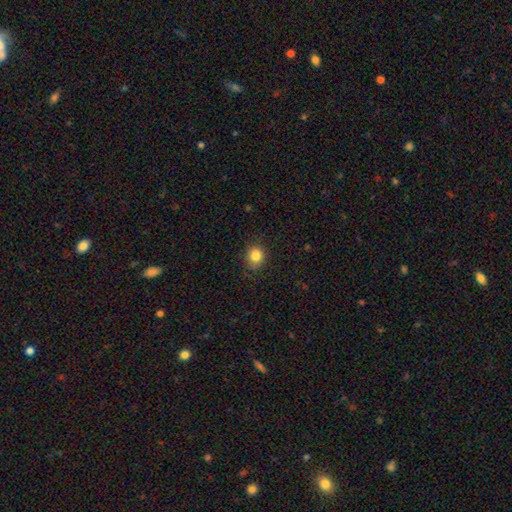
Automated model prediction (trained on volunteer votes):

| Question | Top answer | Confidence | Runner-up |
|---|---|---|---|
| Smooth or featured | smooth | 83% | star or artifact (11%) |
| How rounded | round | 68% | in between (31%) |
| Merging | none | 80% | minor disturbance (15%) |